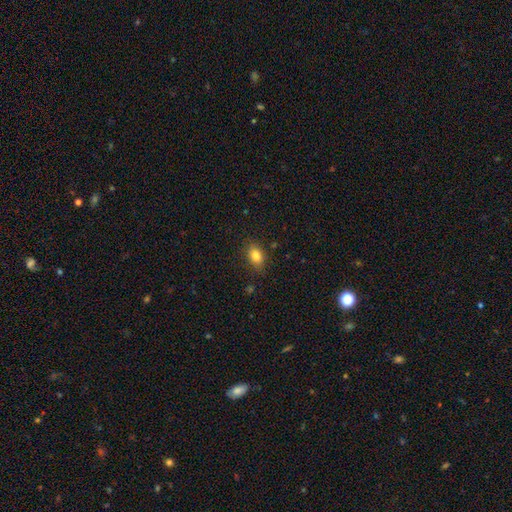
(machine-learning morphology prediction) This appears to be a smooth galaxy with no disk features (82%) that is in between round and cigar-shaped (80%). Merging: none (83%).